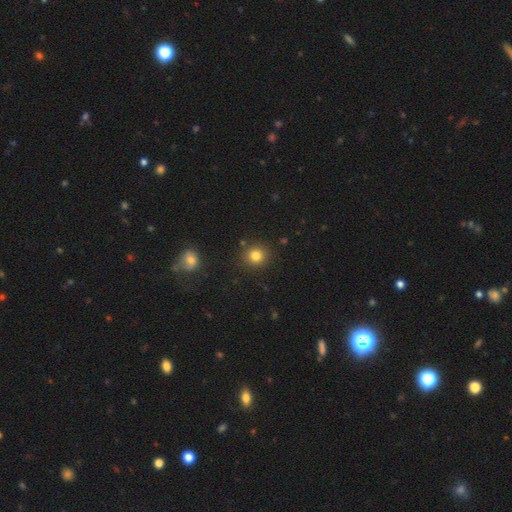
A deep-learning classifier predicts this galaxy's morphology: Q: Smooth or featured?
A: smooth (81%); runner-up: star or artifact (13%)
Q: How rounded?
A: round (89%); runner-up: in between (10%)
Q: Merging?
A: none (88%); runner-up: minor disturbance (7%)